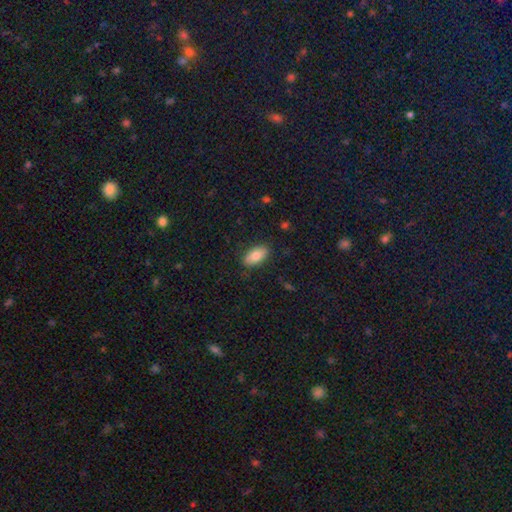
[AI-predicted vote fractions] Morphology: type=smooth (78%); roundness=in between (91%); merging=none (87%).